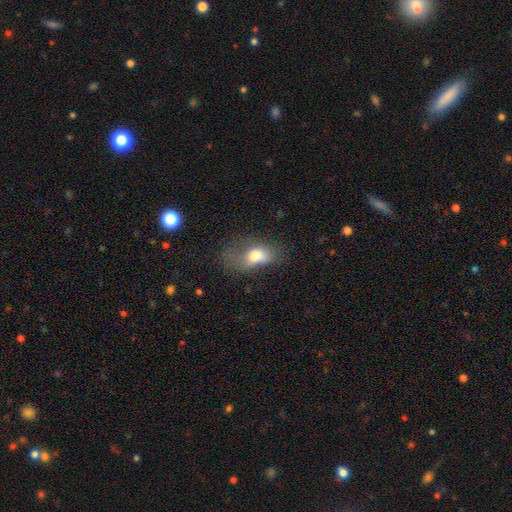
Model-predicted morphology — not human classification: Smooth or featured? Predicted: smooth (p=0.71). How rounded? Predicted: in between (p=0.83). Merging? Predicted: major disturbance (p=0.44).